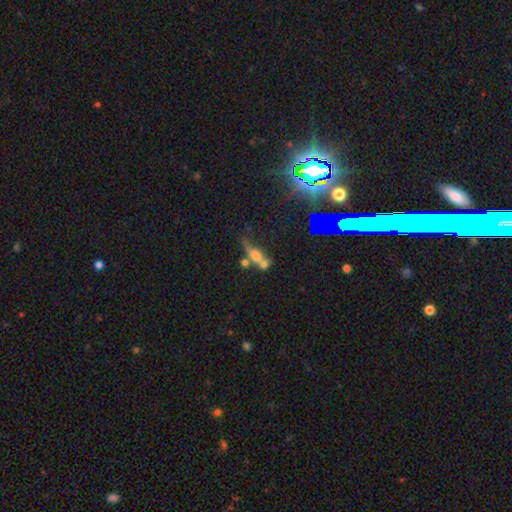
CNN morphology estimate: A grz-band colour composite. It shows a smooth galaxy with no disk features (50%). Merging: merger (49%).